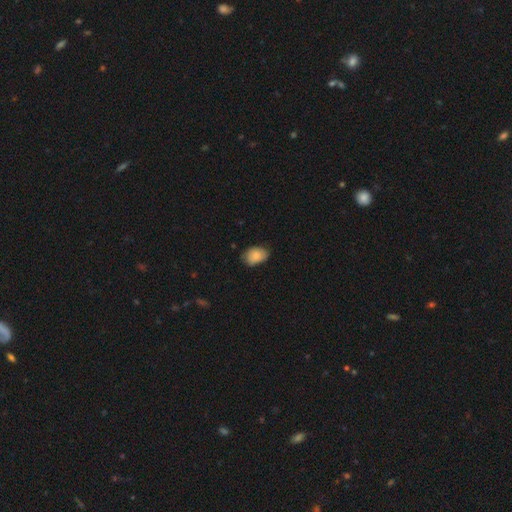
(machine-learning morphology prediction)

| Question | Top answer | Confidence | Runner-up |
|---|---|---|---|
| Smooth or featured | smooth | 84% | featured or disk (8%) |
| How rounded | in between | 80% | round (19%) |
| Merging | none | 66% | minor disturbance (28%) |